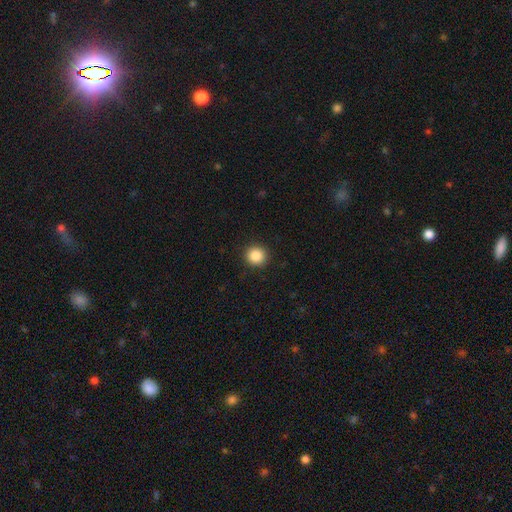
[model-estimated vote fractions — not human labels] Q: Smooth or featured?
A: smooth (87%); runner-up: star or artifact (9%)
Q: How rounded?
A: round (92%); runner-up: in between (7%)
Q: Merging?
A: none (92%); runner-up: minor disturbance (5%)